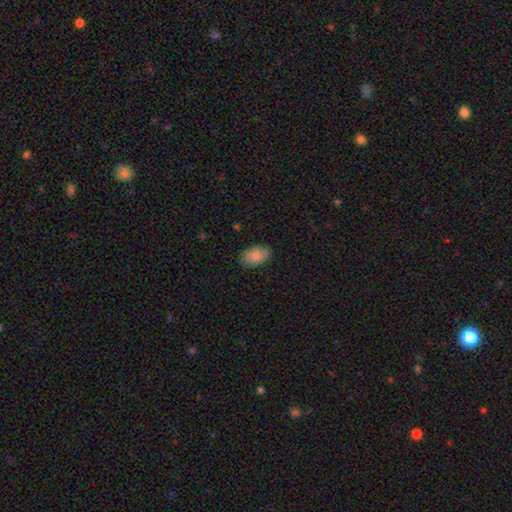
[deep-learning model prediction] A smooth galaxy with no disk features (87%) that is in between round and cigar-shaped (92%). Merging: none (85%).